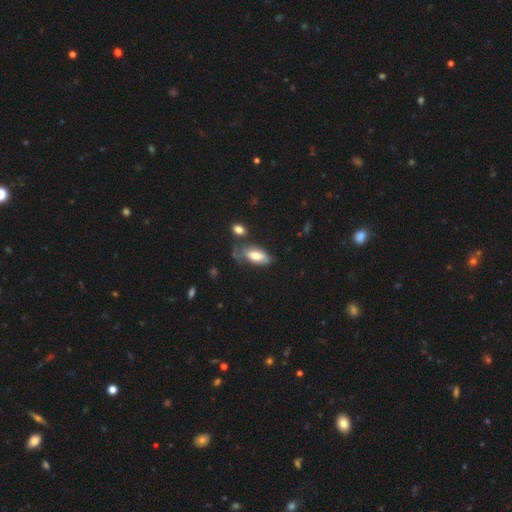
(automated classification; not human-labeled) The model was most divided on "merging": none: 36%, minor disturbance: 31%, major disturbance: 22%, merger: 11%. More confident: how rounded — in between (86%); smooth or featured — smooth (63%).